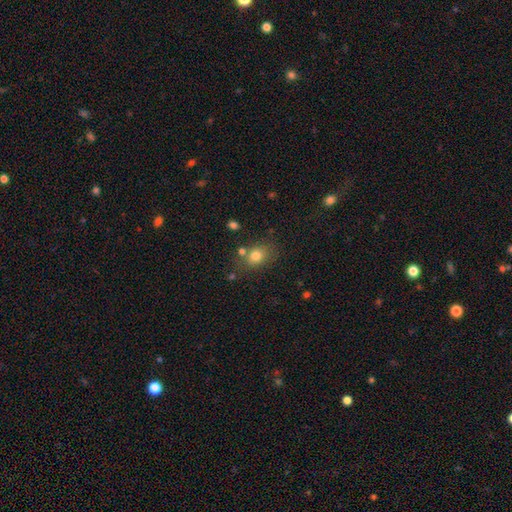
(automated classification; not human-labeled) Overall: smooth (79%). How rounded: in between (56%; round 43%). Merging: none (69%).